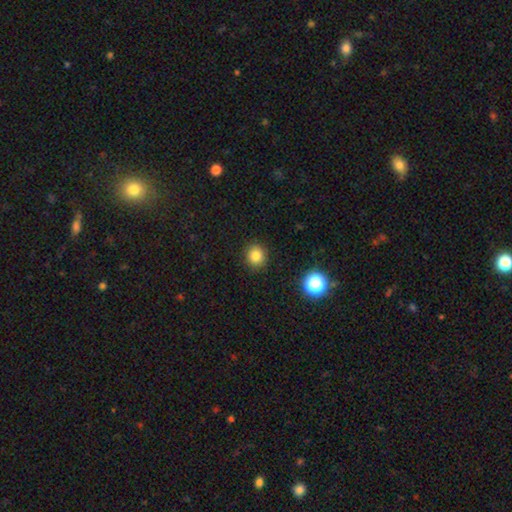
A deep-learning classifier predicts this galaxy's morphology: smooth 82%, star or artifact 13%, featured or disk 5%. Down the decision tree: how rounded — round (86%); merging — none (91%).